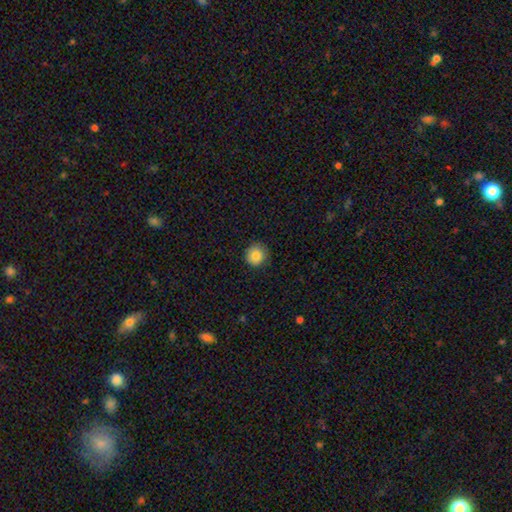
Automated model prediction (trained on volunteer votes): This is clearly a smooth galaxy (84%). How rounded: clearly round (93%). Merging: clearly none (87%).